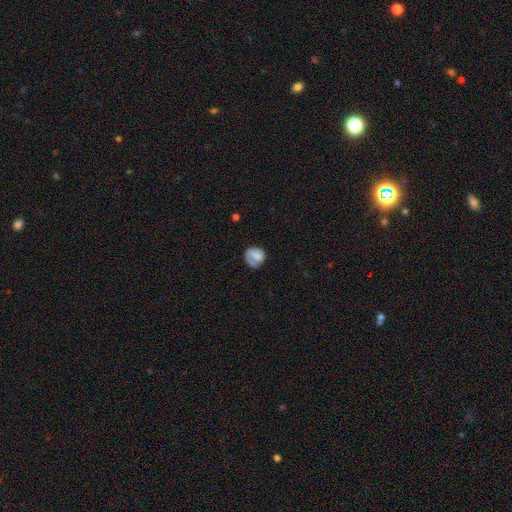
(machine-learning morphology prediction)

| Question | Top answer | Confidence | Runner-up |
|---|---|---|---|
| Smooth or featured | smooth | 70% | featured or disk (22%) |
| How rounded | round | 67% | in between (32%) |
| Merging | none | 47% | minor disturbance (27%) |